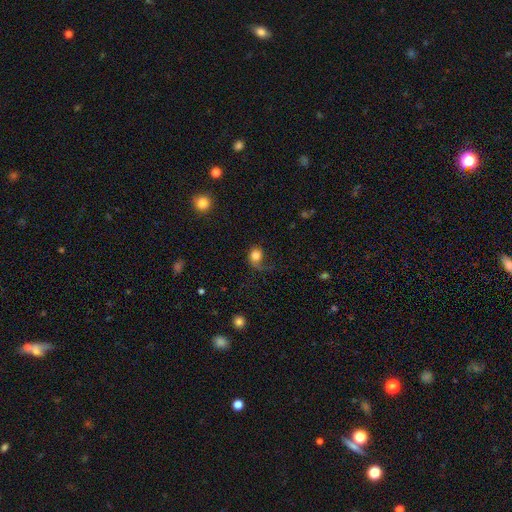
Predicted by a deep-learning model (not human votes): A smooth galaxy with no disk features (66%) that is round (71%). Merging: major disturbance (40%).